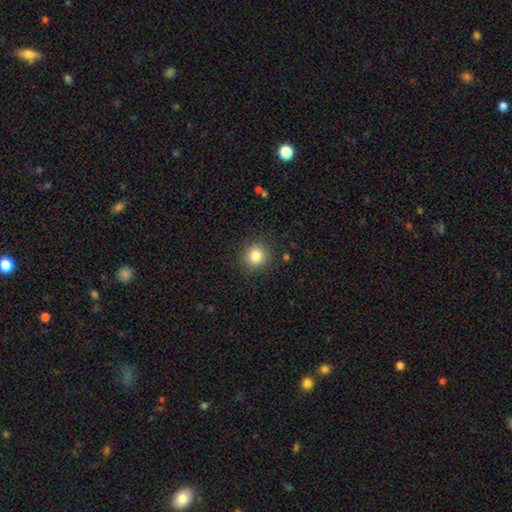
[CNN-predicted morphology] smooth-or-featured: smooth: 82% | star or artifact: 11% | featured or disk: 7%
  how-rounded: round: 89% | in between: 10% | cigar-shaped: 1%
  merging: none: 89% | minor disturbance: 8% | major disturbance: 3% | merger: 1%